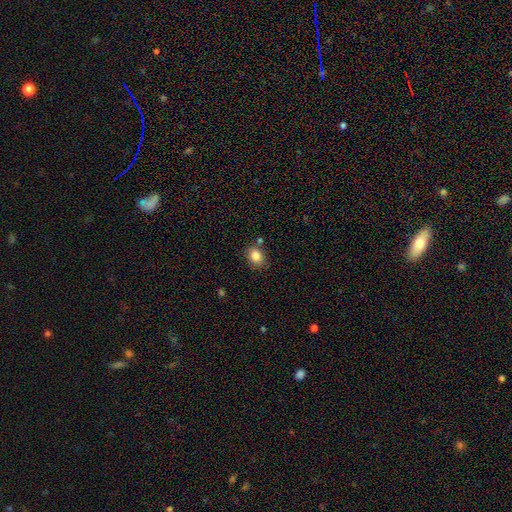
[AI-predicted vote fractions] Smooth or featured? smooth (85%)
How rounded? in between (55%)
Merging? none (74%)